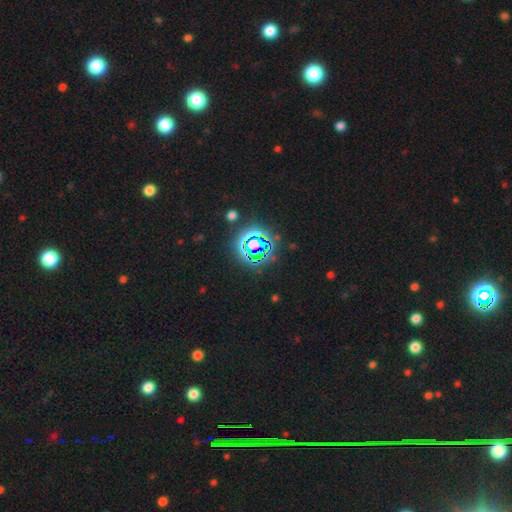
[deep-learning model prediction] Smooth or featured: star or artifact — 73% (smooth — 17%)